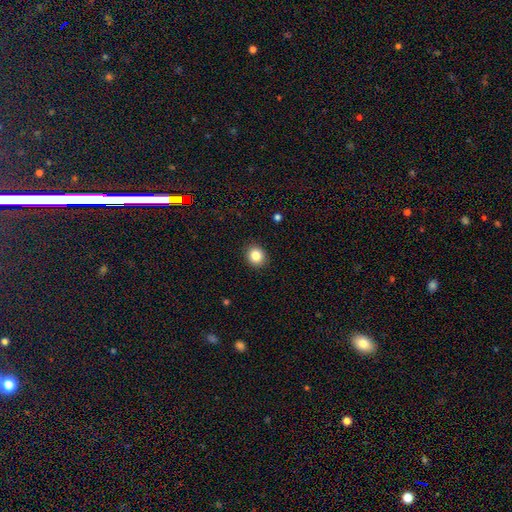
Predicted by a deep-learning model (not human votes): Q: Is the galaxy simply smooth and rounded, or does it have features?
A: smooth — 85%.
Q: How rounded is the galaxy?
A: round — 79%.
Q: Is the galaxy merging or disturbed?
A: none — 91%.